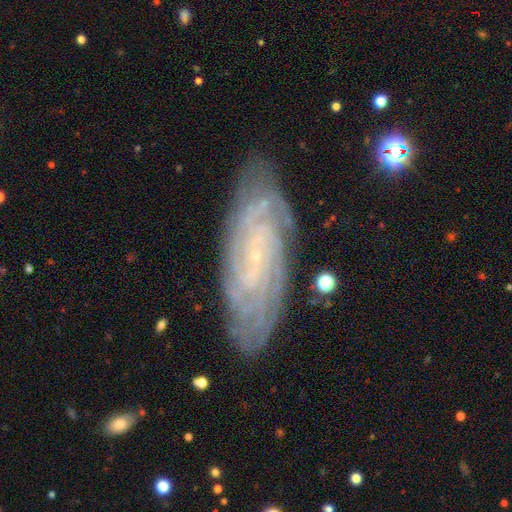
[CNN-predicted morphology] Smooth or featured: featured or disk — 85% (smooth — 9%)
Edge-on disk: no — 92% (yes — 8%)
Bar: no — 62% (weak — 29%)
Spiral arms: yes — 97% (no — 3%)
Spiral winding: tight — 77% (medium — 20%)
Spiral arm count: can't tell — 33% (4 — 20%)
Bulge size: small — 87% (moderate — 6%)
Merging: none — 82% (minor disturbance — 13%)